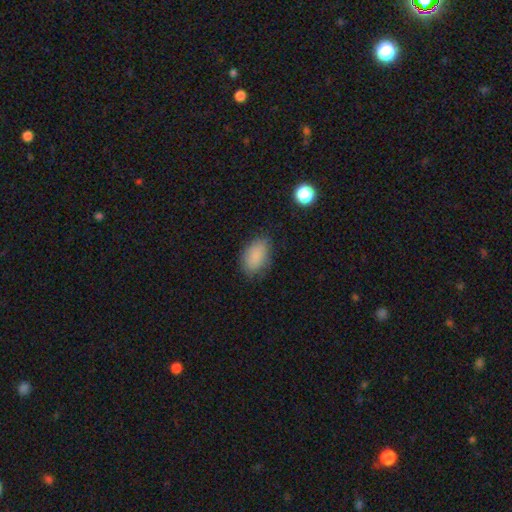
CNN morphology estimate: Q: Smooth or featured?
A: smooth (86%); runner-up: star or artifact (8%)
Q: How rounded?
A: in between (88%); runner-up: round (10%)
Q: Merging?
A: none (76%); runner-up: minor disturbance (18%)